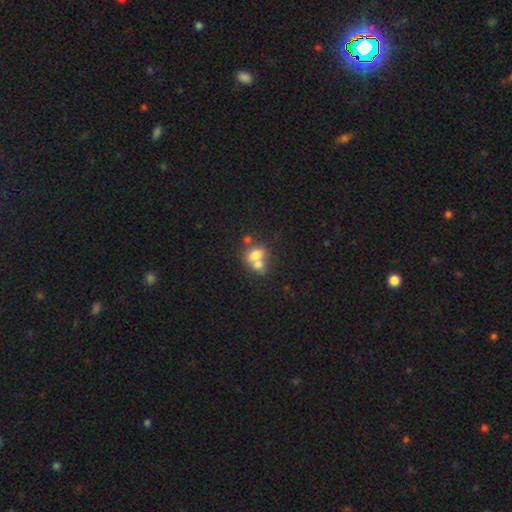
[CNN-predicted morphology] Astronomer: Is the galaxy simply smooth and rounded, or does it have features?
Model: smooth — 69%.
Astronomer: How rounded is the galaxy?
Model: in between — 59% (runner-up: round, 39%).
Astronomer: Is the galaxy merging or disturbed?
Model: merger — 63%.